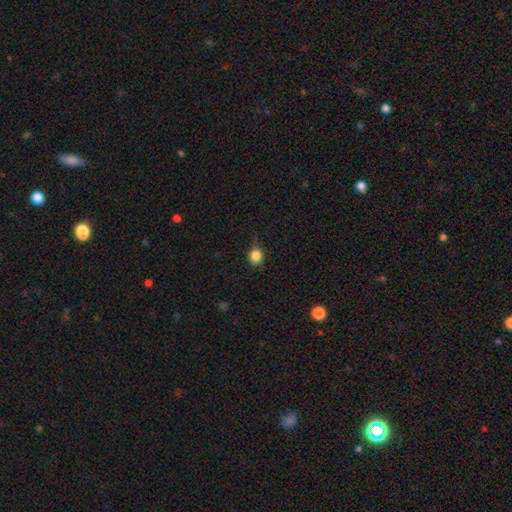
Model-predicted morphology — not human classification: Q: Smooth or featured?
A: smooth (83%); runner-up: star or artifact (11%)
Q: How rounded?
A: round (84%); runner-up: in between (15%)
Q: Merging?
A: none (66%); runner-up: minor disturbance (26%)